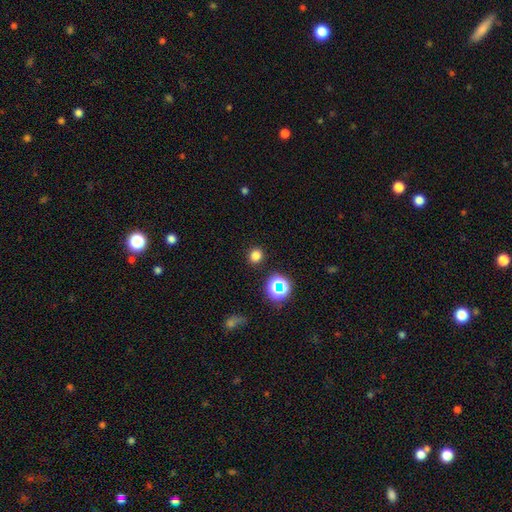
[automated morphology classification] smooth-or-featured: smooth: 77% | star or artifact: 19% | featured or disk: 5%
  how-rounded: round: 81% | in between: 18% | cigar-shaped: 1%
  merging: none: 90% | minor disturbance: 6% | major disturbance: 3% | merger: 2%